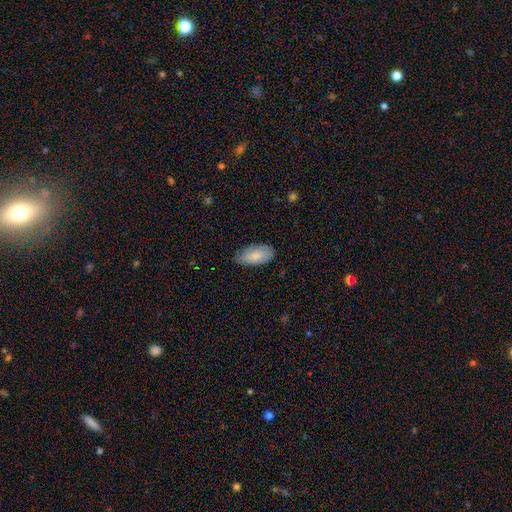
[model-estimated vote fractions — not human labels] Q: Smooth or featured?
A: smooth (82%); runner-up: featured or disk (12%)
Q: How rounded?
A: in between (94%); runner-up: cigar-shaped (3%)
Q: Merging?
A: none (72%); runner-up: minor disturbance (23%)